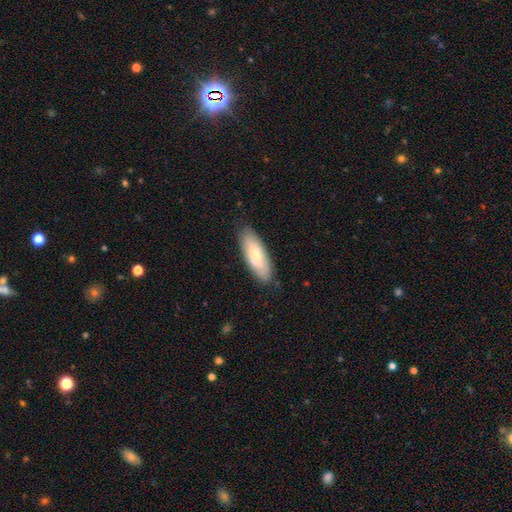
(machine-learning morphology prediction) The model was most divided on "how rounded": in between: 68%, cigar-shaped: 30%, round: 2%. More confident: merging — none (83%); smooth or featured — smooth (69%).